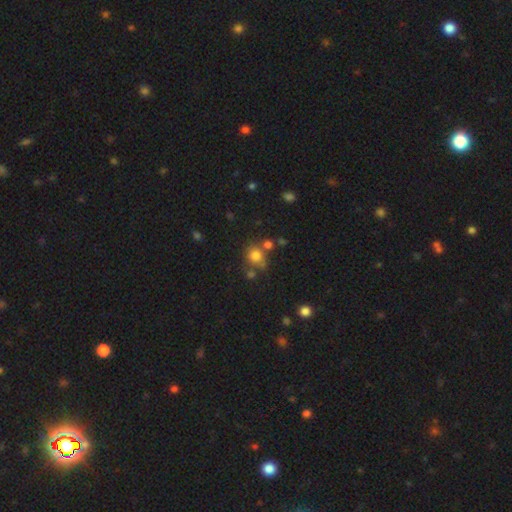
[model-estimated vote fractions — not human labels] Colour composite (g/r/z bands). It shows a smooth galaxy with no disk features (76%) that is round (80%). Merging: none (62%).